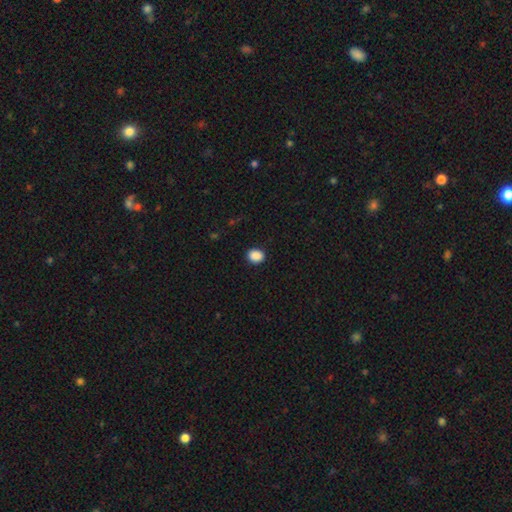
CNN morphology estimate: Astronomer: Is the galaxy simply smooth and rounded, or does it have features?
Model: smooth — 89%.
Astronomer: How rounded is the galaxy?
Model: round — 54% (runner-up: in between, 45%).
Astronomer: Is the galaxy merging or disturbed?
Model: none — 90%.